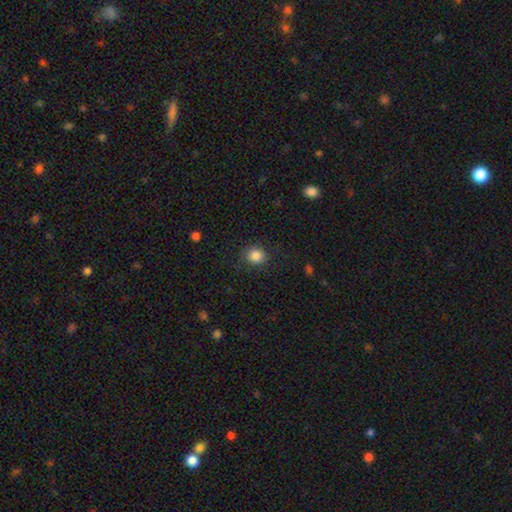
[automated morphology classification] Overall: smooth (86%). How rounded: round (85%). Merging: none (86%).